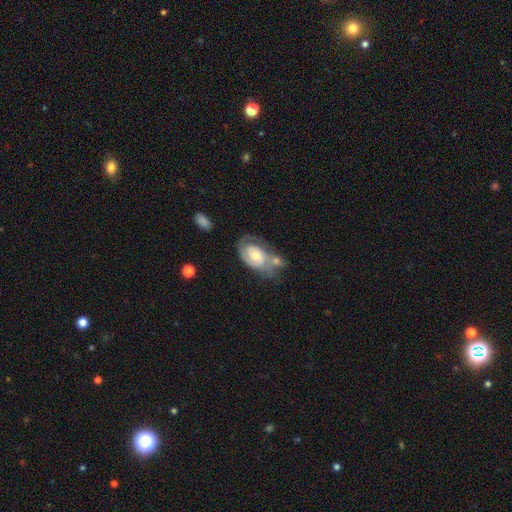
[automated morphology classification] type=featured or disk (68%); edge-on=no (96%); bar=no (69%); spiral arms=yes (82%); winding=tight (56%); arm count=2 (47%); bulge=moderate (62%); merging=none (34%).